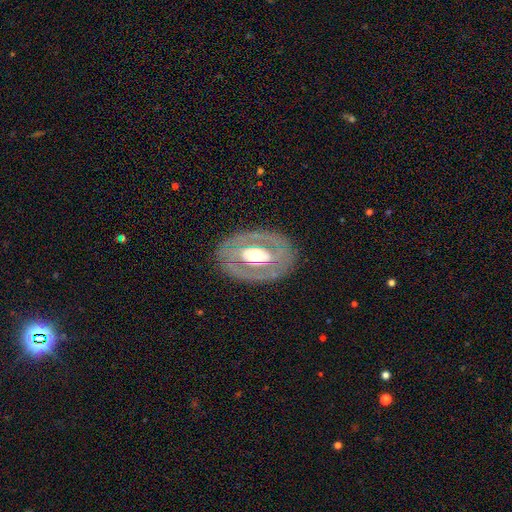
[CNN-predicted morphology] smooth_or_featured: featured or disk (p=0.68) [alt: smooth p=0.27]
disk_edge_on: no (p=0.92) [alt: yes p=0.08]
bar: no (p=0.67) [alt: weak p=0.21]
has_spiral_arms: no (p=0.72) [alt: yes p=0.28]
bulge_size: moderate (p=0.59) [alt: large p=0.31]
merging: none (p=0.80) [alt: minor disturbance p=0.13]